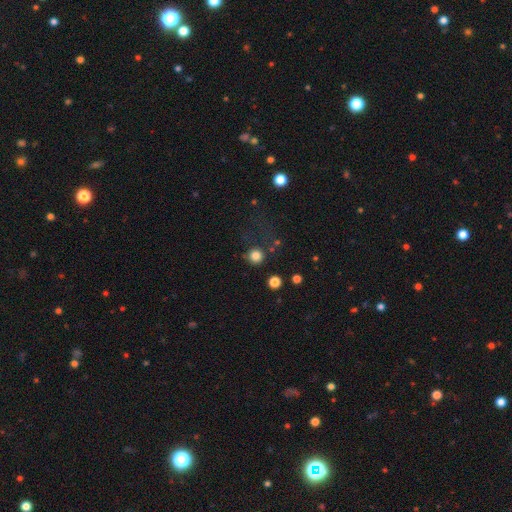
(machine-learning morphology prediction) This is clearly a smooth galaxy (82%). How rounded: clearly round (94%). Merging: likely none (79%).